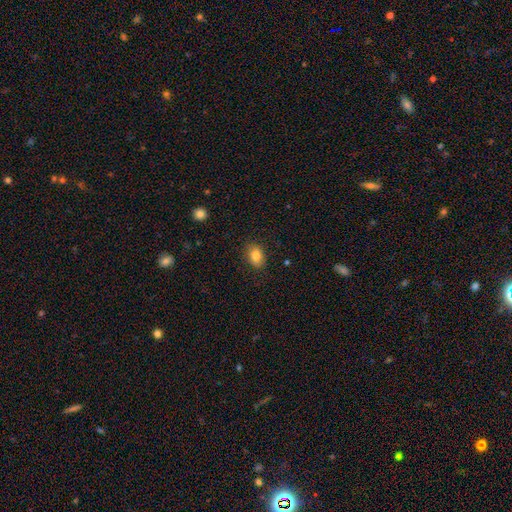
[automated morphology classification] type=smooth (83%); roundness=in between (80%); merging=none (86%).